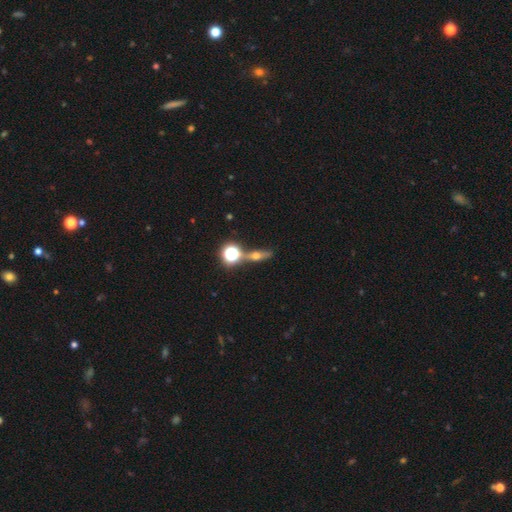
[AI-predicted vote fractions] Smooth or featured: featured or disk — 44% (smooth — 34%)
Merging: none — 70% (merger — 14%)